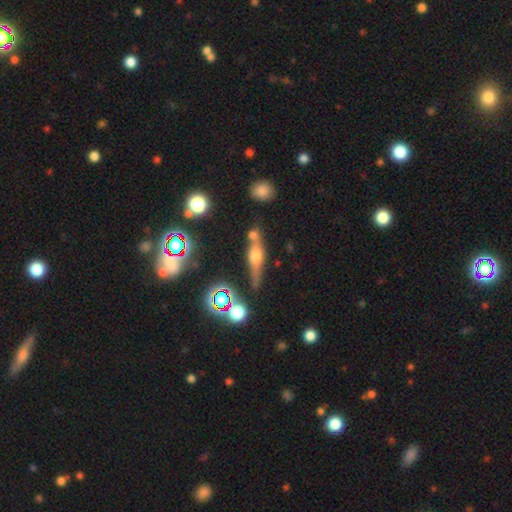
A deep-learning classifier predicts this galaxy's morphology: A featured or disk galaxy (58%) viewed edge-on (90%) with a rounded central bulge (89%). Merging: none (65%).